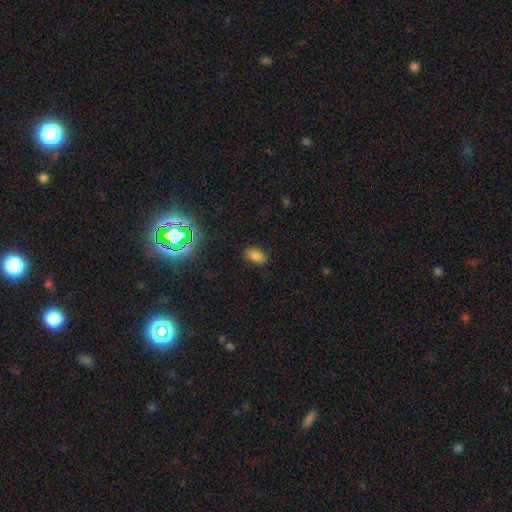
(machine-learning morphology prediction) Smooth or featured: smooth — 78% (star or artifact — 16%)
How rounded: in between — 92% (round — 5%)
Merging: none — 85% (minor disturbance — 11%)